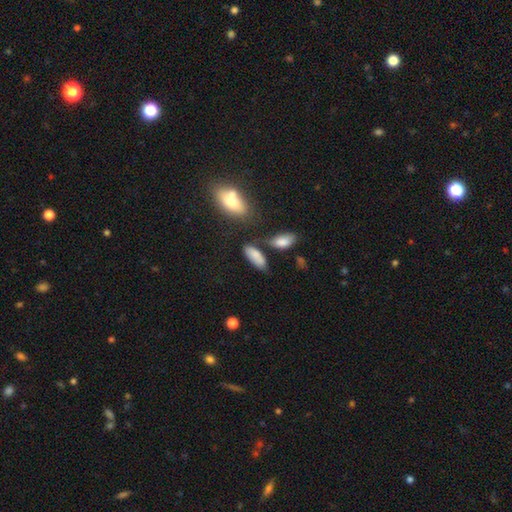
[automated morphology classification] type=smooth (79%); roundness=in between (83%); merging=none (59%).